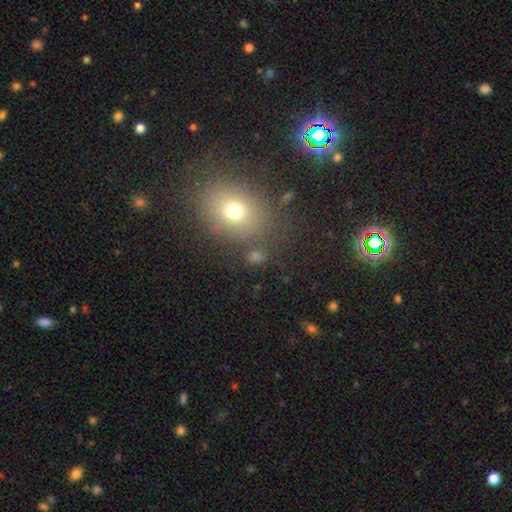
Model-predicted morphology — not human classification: A smooth galaxy with no disk features (60%) that is round (49%). Merging: none (76%).